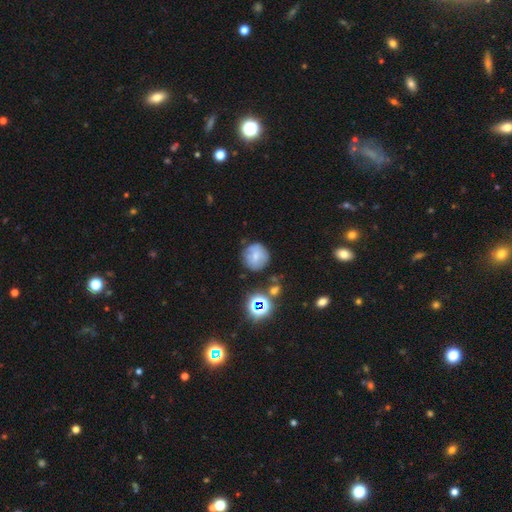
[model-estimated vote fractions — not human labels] Smooth or featured?
  - smooth: 61% *
  - featured or disk: 24%
  - star or artifact: 15%
How rounded?
  - round: 92% *
  - in between: 7%
  - cigar-shaped: 1%
Merging?
  - none: 72% *
  - minor disturbance: 17%
  - merger: 6%
  - major disturbance: 5%